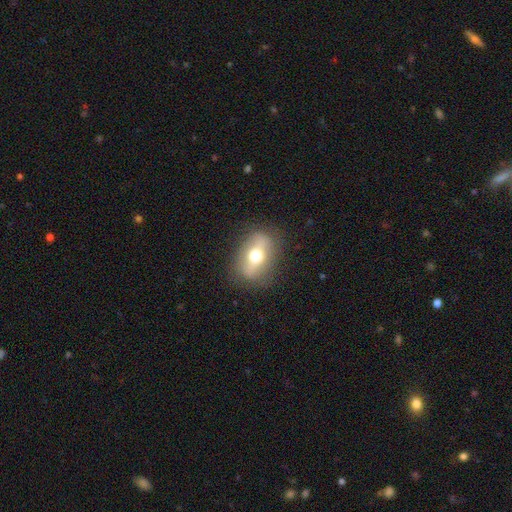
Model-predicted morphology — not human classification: smooth 46% (tied), featured or disk 46% (tied), star or artifact 8%. Down the decision tree: merging — none (81%).